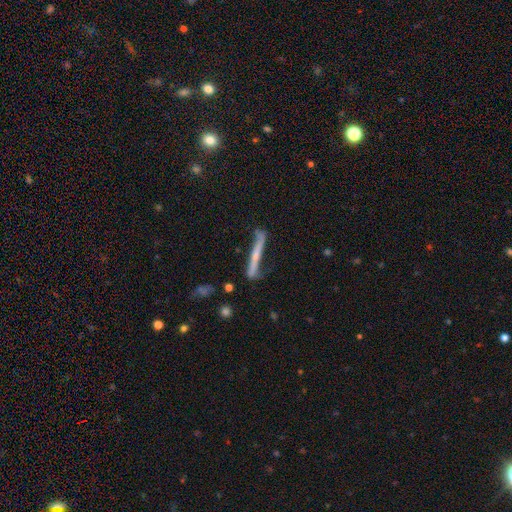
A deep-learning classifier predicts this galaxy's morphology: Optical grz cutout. It shows a featured or disk galaxy (59%) viewed edge-on (83%). Merging: none (62%).